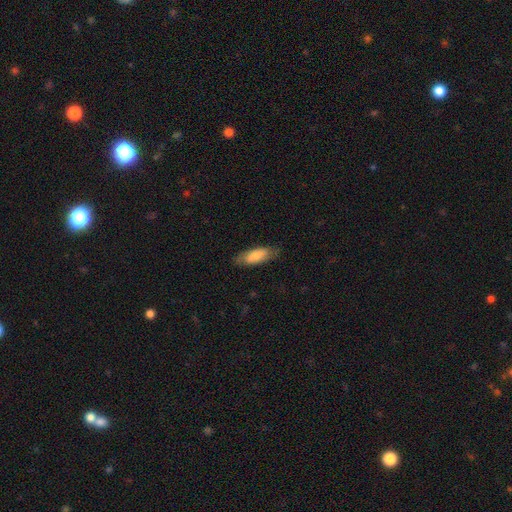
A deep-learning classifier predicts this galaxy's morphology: Overall: smooth (75%). How rounded: in between (68%; cigar-shaped 31%). Merging: none (76%).